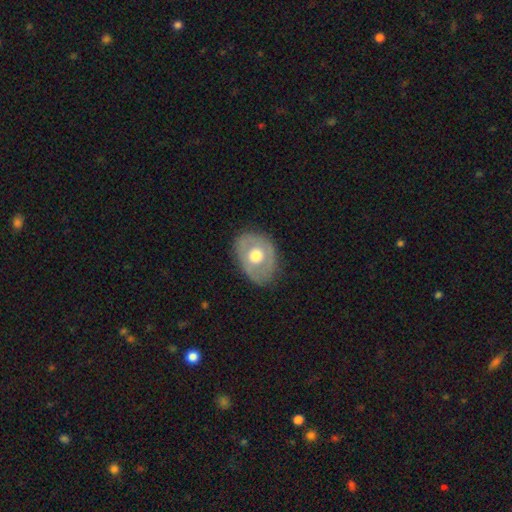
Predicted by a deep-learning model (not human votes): This appears to be a featured or disk galaxy (50%). Merging: none (73%).